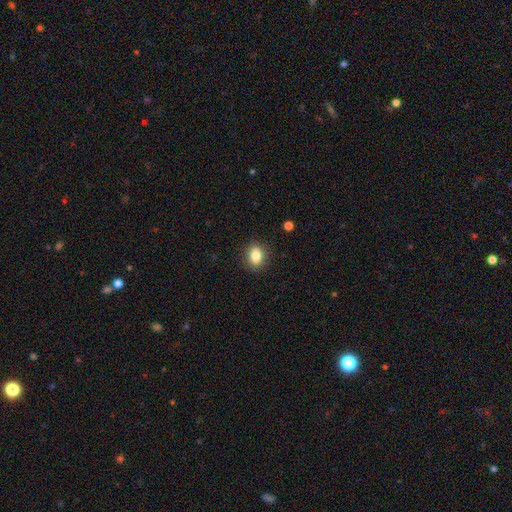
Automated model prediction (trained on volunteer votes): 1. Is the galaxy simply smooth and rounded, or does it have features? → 84% smooth, 9% star or artifact, 7% featured or disk.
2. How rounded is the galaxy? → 61% in between, 38% round, 2% cigar-shaped.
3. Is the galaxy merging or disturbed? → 88% none, 9% minor disturbance, 2% major disturbance, 1% merger.